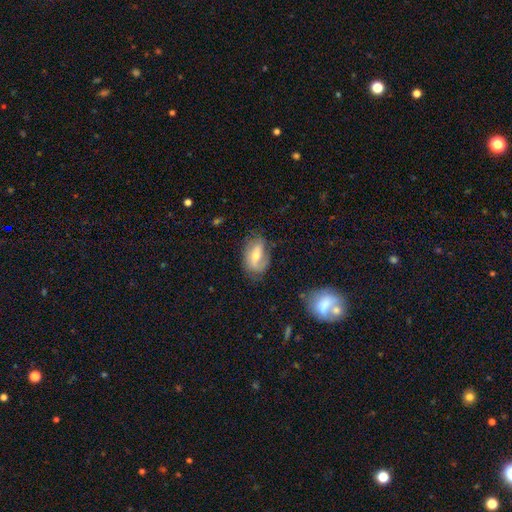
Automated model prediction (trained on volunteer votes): Morphology: type=featured or disk (59%); edge-on=no (92%); bar=weak (41%); spiral arms=yes (79%); bulge=moderate (57%); merging=none (63%).